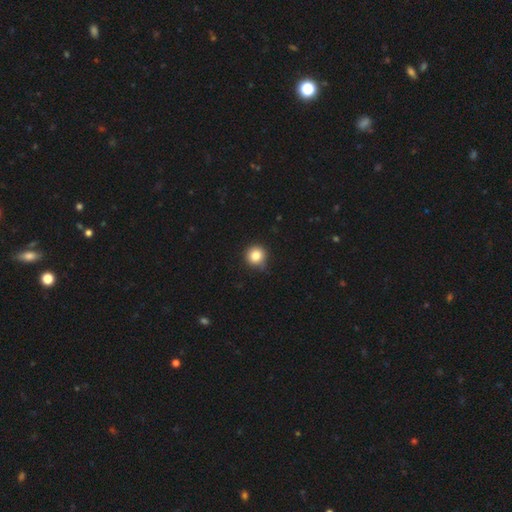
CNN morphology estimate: type=smooth (83%); roundness=round (94%); merging=none (83%).